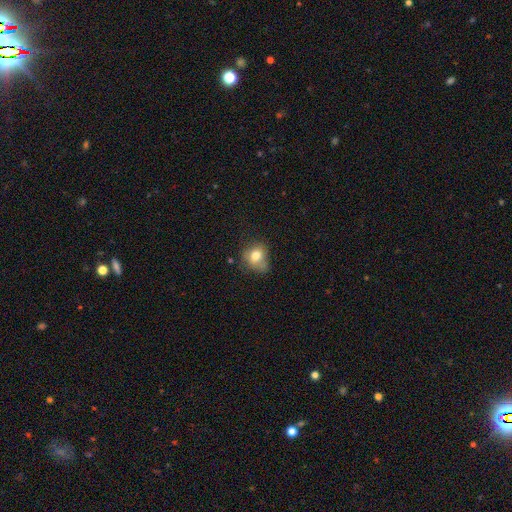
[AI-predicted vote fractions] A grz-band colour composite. It shows a smooth galaxy with no disk features (76%) that is round (60%). Merging: none (45%).